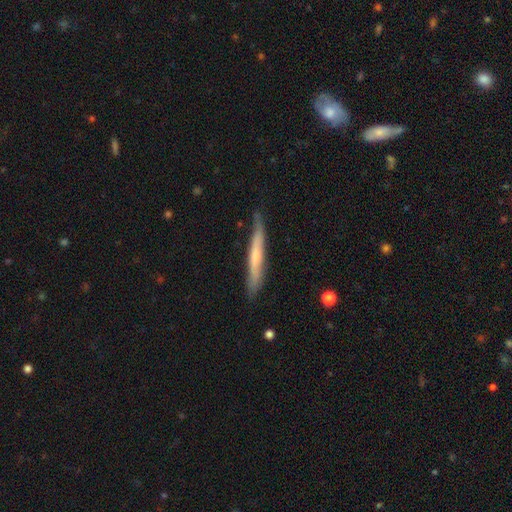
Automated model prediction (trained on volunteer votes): Smooth or featured? smooth (53%)
How rounded? cigar-shaped (95%)
Merging? none (78%)